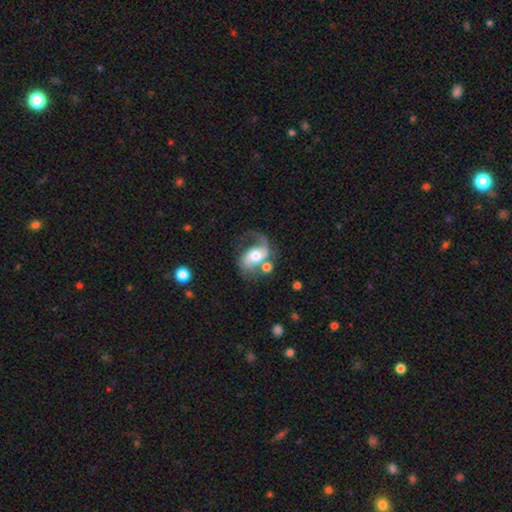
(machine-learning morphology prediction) A featured or disk galaxy (72%) with no bar (48%), 2 (59%) loose (50%) spiral arms (89%) and a moderate central bulge (66%). Merging: none (39%).